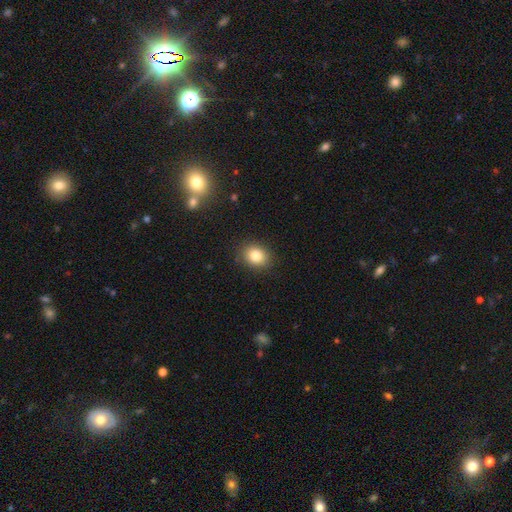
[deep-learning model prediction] Smooth or featured?
  - smooth: 83% *
  - star or artifact: 10%
  - featured or disk: 7%
How rounded?
  - round: 56% *
  - in between: 43%
  - cigar-shaped: 1%
Merging?
  - none: 89% *
  - minor disturbance: 8%
  - major disturbance: 2%
  - merger: 1%